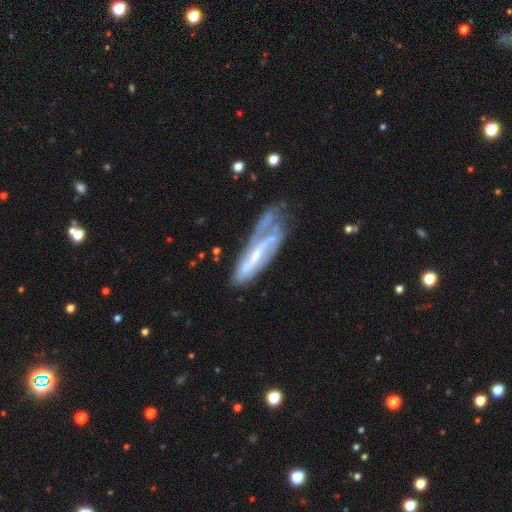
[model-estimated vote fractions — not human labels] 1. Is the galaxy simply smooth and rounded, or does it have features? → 71% featured or disk, 22% smooth, 7% star or artifact.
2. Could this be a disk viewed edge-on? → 75% no, 25% yes.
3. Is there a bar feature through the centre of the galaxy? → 37% strong, 32% weak, 31% no.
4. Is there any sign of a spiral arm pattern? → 70% yes, 30% no.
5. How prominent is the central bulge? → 51% small, 23% none, 22% moderate, 3% large, 1% dominant.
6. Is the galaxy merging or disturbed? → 39% none, 29% minor disturbance, 26% major disturbance, 7% merger.